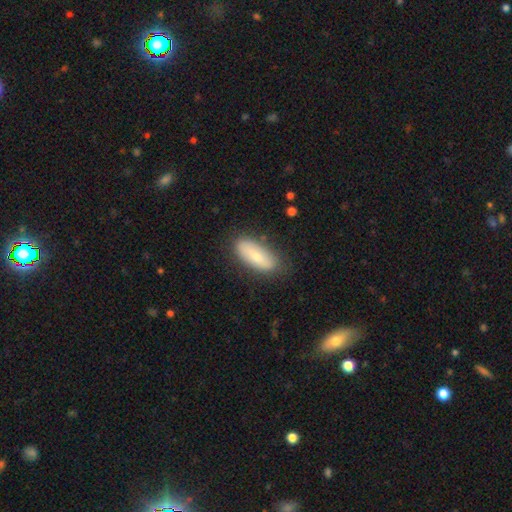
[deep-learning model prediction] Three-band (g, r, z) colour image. It shows a smooth galaxy with no disk features (71%) that is in between round and cigar-shaped (78%). Merging: none (80%).